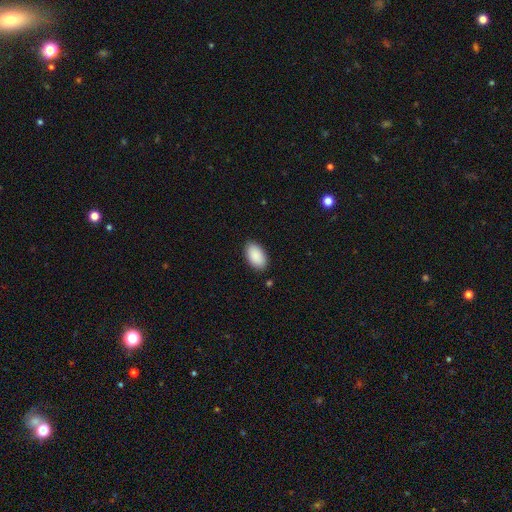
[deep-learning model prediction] smooth 91%, star or artifact 6%, featured or disk 4%. Down the decision tree: how rounded — in between (96%); merging — none (87%).